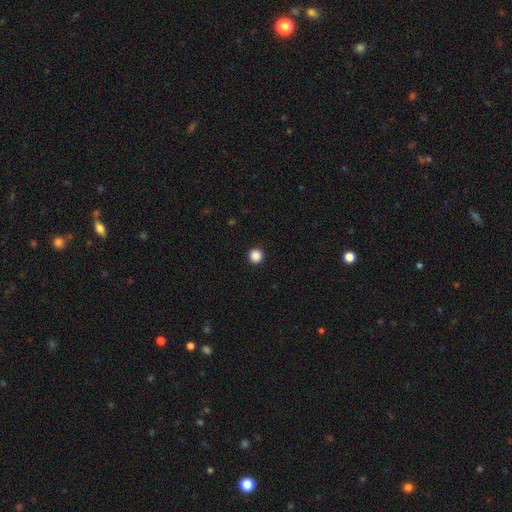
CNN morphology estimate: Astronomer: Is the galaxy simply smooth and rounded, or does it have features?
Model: smooth — 88%.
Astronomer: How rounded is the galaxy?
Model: round — 96%.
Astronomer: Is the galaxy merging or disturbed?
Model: none — 94%.